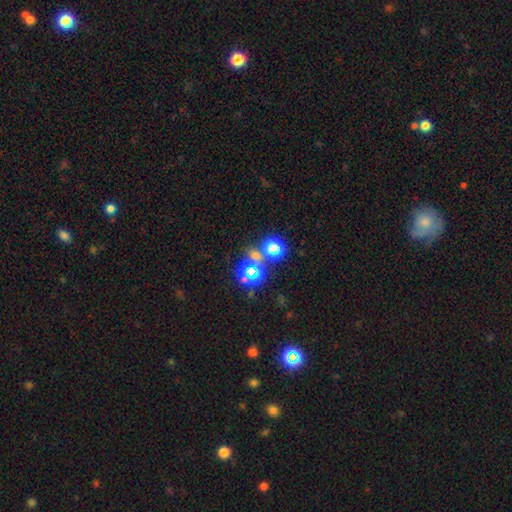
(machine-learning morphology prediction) Smooth or featured? Predicted: star or artifact (p=0.49).